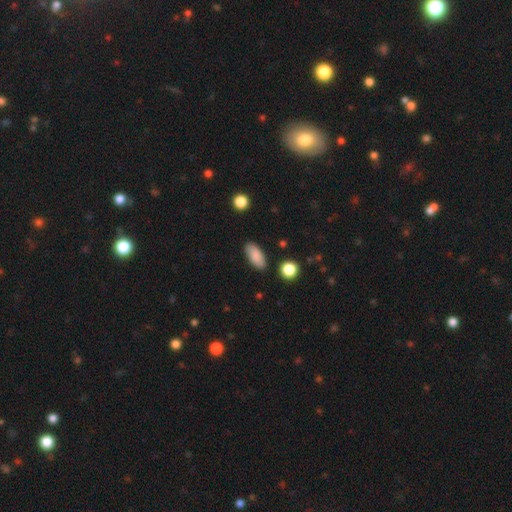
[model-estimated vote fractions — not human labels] Morphology: type=smooth (87%); roundness=in between (88%); merging=none (87%).